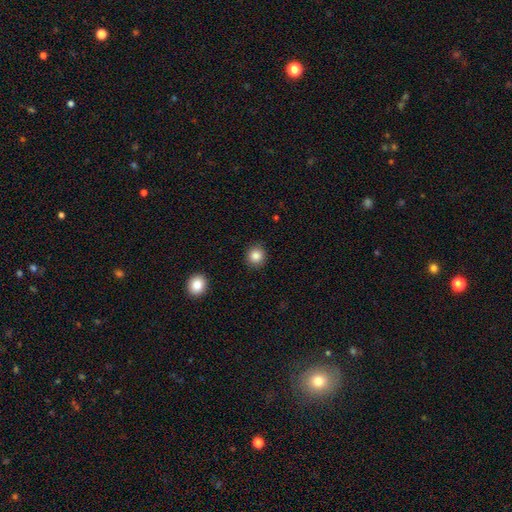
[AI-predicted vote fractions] smooth-or-featured: smooth: 86% | star or artifact: 10% | featured or disk: 4%
  how-rounded: round: 91% | in between: 9% | cigar-shaped: 1%
  merging: none: 91% | minor disturbance: 6% | major disturbance: 2% | merger: 1%